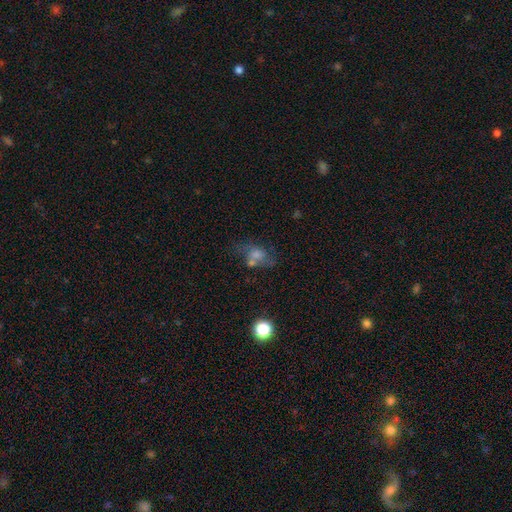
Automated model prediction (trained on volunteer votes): Smooth or featured?
  - smooth: 54% *
  - featured or disk: 31%
  - star or artifact: 15%
How rounded?
  - in between: 67% *
  - round: 31%
  - cigar-shaped: 3%
Merging?
  - none: 36% *
  - merger: 23%
  - minor disturbance: 21%
  - major disturbance: 20%